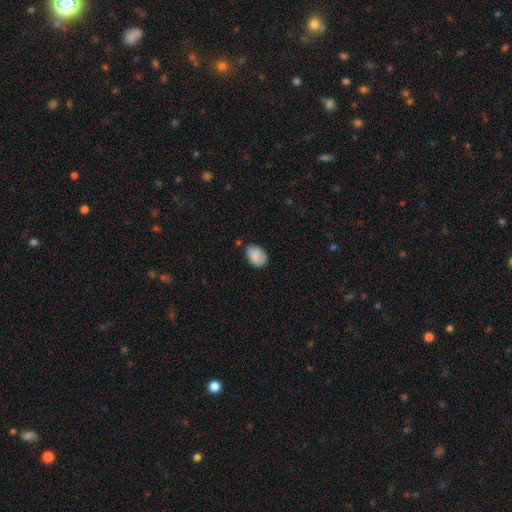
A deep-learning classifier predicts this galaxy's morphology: This appears to be a smooth galaxy with no disk features (79%) that is in between round and cigar-shaped (82%). Merging: none (67%).